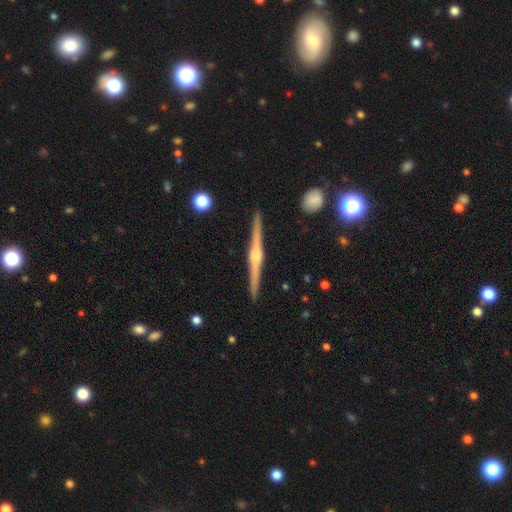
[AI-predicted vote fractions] Morphology: type=featured or disk (85%); edge-on=yes (99%); edge-on bulge=rounded (83%); merging=none (93%).